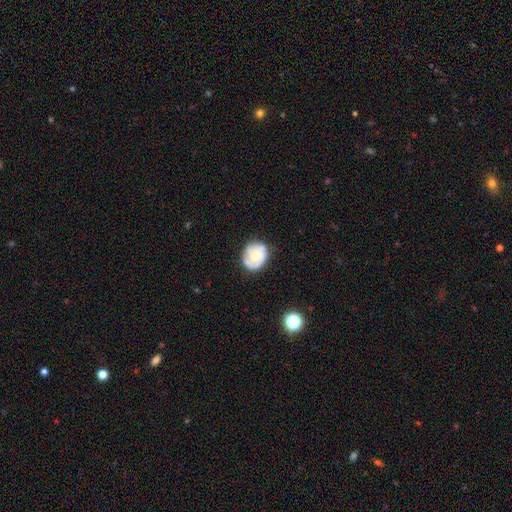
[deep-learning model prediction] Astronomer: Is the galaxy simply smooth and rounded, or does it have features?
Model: featured or disk — 54% (runner-up: smooth, 38%).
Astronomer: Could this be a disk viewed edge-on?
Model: no — 97%.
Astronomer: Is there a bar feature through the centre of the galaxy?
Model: no — 79%.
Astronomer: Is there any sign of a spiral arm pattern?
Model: yes — 73%.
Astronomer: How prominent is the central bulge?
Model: moderate — 43% (runner-up: small, 40%).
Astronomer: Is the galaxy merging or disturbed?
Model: none — 67%.